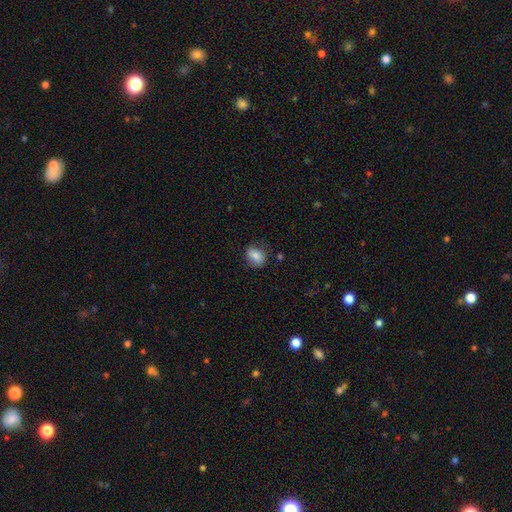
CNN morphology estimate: Q: Smooth or featured?
A: smooth (83%); runner-up: featured or disk (9%)
Q: How rounded?
A: in between (61%); runner-up: round (38%)
Q: Merging?
A: none (74%); runner-up: minor disturbance (19%)